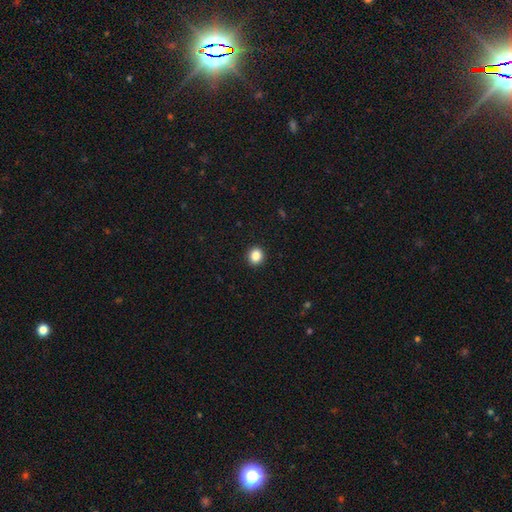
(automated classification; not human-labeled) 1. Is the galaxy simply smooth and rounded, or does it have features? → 86% smooth, 10% star or artifact, 4% featured or disk.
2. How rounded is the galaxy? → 81% round, 18% in between, 1% cigar-shaped.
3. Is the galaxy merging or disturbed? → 93% none, 5% minor disturbance, 2% major disturbance, 1% merger.